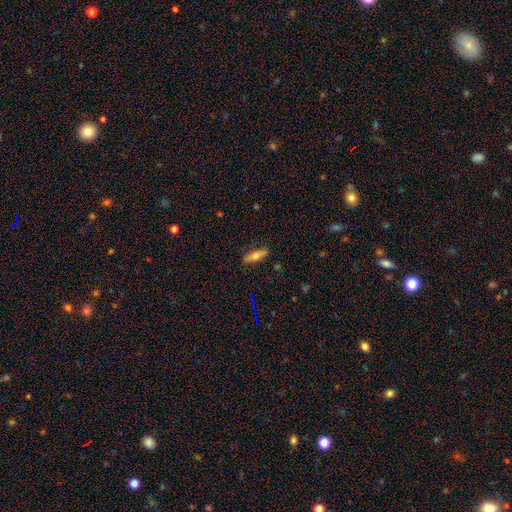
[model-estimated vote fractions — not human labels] Smooth or featured? smooth (62%)
How rounded? cigar-shaped (56%)
Merging? none (83%)